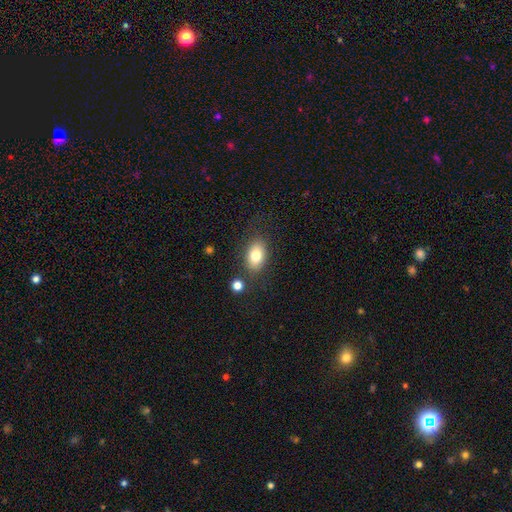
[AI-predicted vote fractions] A smooth galaxy with no disk features (79%) that is in between round and cigar-shaped (85%).

Vote fractions:
- Smooth or featured? smooth: 79% / featured or disk: 12% / star or artifact: 9%
- How rounded? in between: 85% / round: 13% / cigar-shaped: 2%
- Merging? none: 79% / minor disturbance: 12% / merger: 5% / major disturbance: 4%